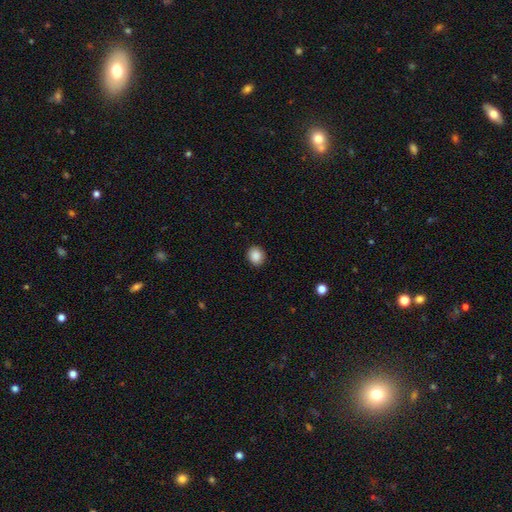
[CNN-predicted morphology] type=smooth (88%); roundness=round (75%); merging=none (90%).